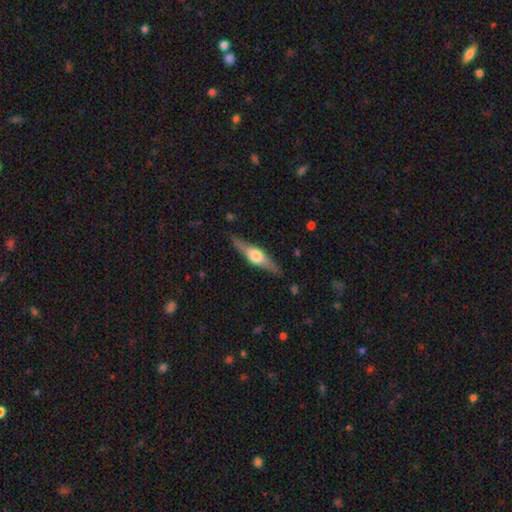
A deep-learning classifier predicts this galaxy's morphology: The model was most divided on "smooth or featured": featured or disk: 67%, smooth: 28%, star or artifact: 5%. More confident: edge-on disk — yes (95%); edge-on bulge — rounded (90%); merging — none (86%).